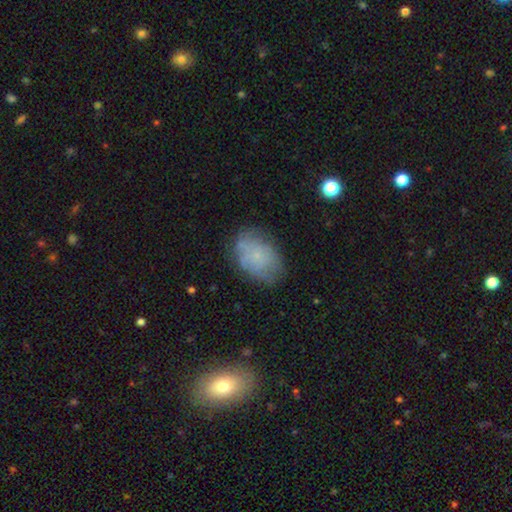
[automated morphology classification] Smooth or featured? smooth (61%)
How rounded? in between (83%)
Merging? none (64%)